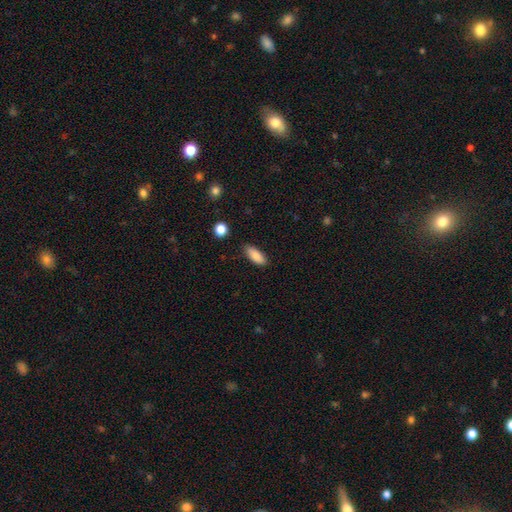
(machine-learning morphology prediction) Smooth or featured?
  - smooth: 86% *
  - star or artifact: 7%
  - featured or disk: 6%
How rounded?
  - in between: 79% *
  - cigar-shaped: 19%
  - round: 2%
Merging?
  - none: 82% *
  - minor disturbance: 14%
  - major disturbance: 3%
  - merger: 2%